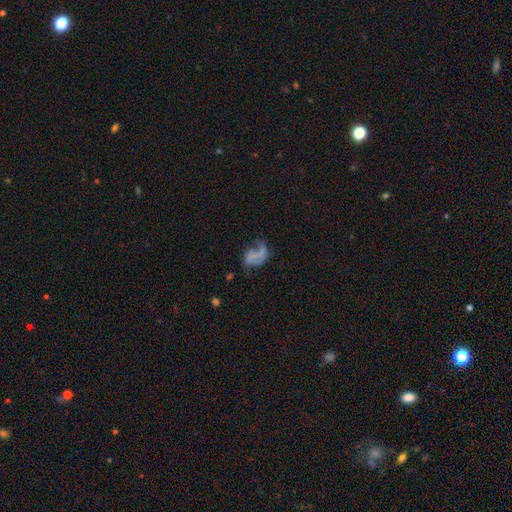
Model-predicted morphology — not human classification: Smooth or featured? Predicted: featured or disk (p=0.56). Edge-on disk? Predicted: no (p=0.98). Bar? Predicted: no (p=0.64). Spiral arms? Predicted: yes (p=0.58). Bulge size? Predicted: none (p=0.79). Merging? Predicted: major disturbance (p=0.40).